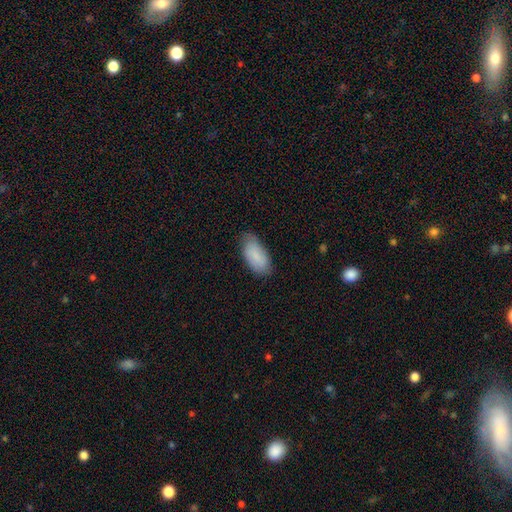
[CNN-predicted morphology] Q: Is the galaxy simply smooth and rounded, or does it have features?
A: smooth — 84%.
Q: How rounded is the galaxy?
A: in between — 93%.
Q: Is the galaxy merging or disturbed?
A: none — 74%.